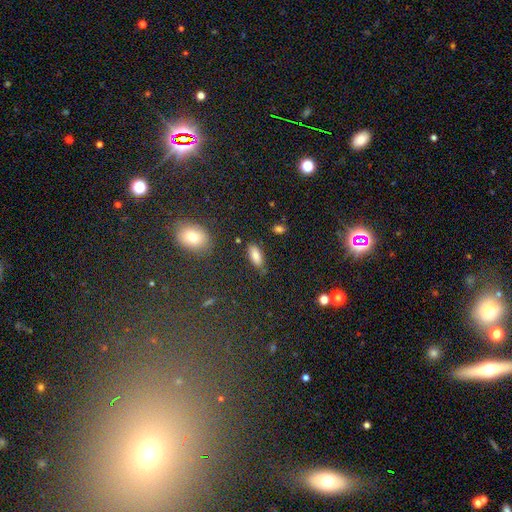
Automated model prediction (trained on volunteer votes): This appears to be a smooth galaxy with no disk features (82%) that is in between round and cigar-shaped (81%). Merging: none (81%).